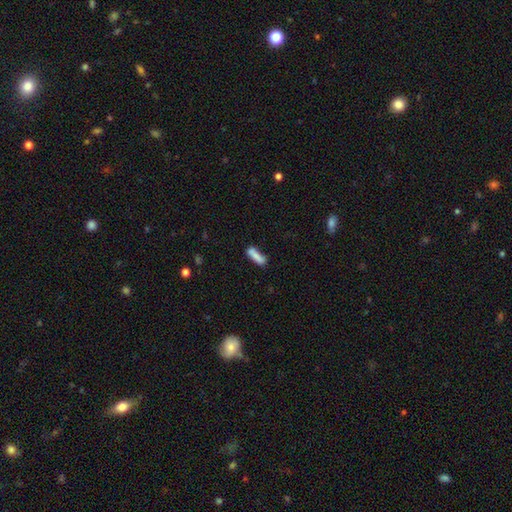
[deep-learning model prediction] This is clearly a smooth galaxy (81%). How rounded: likely cigar-shaped (67%). Merging: likely none (60%).